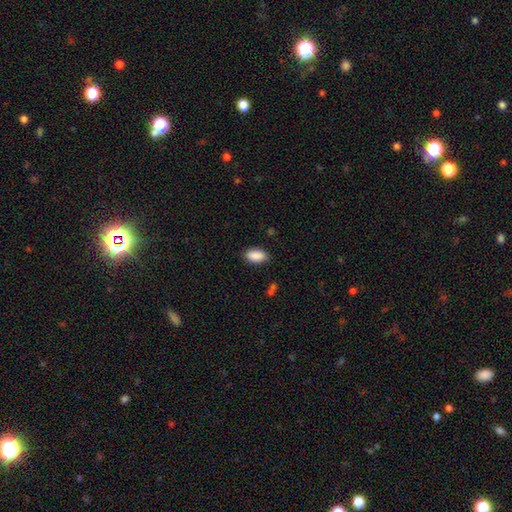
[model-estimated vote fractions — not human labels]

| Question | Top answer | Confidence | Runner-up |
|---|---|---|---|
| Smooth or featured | smooth | 90% | star or artifact (7%) |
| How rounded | in between | 93% | round (4%) |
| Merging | none | 85% | minor disturbance (11%) |